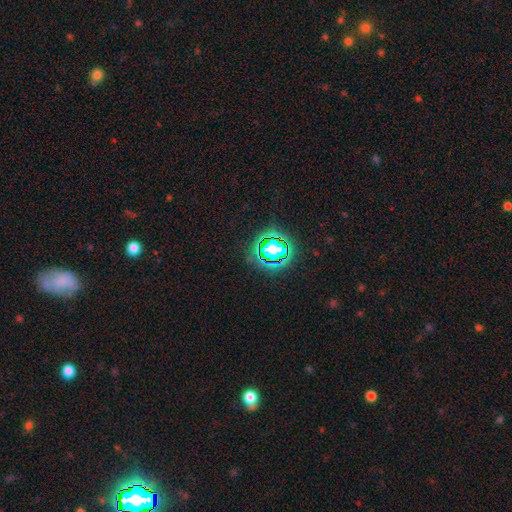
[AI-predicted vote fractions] This appears to be a star or artifact, not a galaxy (79%).